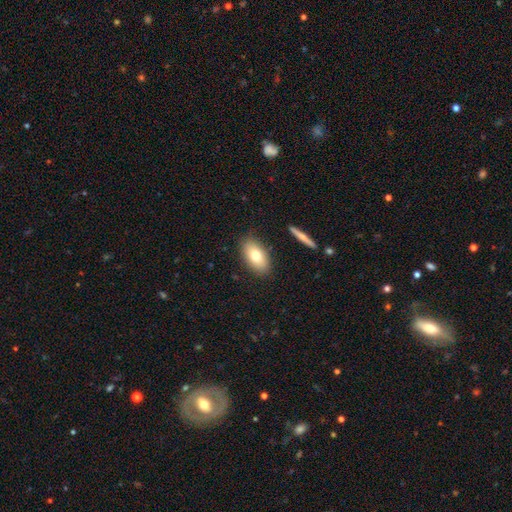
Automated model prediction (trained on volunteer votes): Smooth or featured: smooth — 73% (featured or disk — 19%)
How rounded: in between — 91% (round — 6%)
Merging: none — 85% (minor disturbance — 10%)